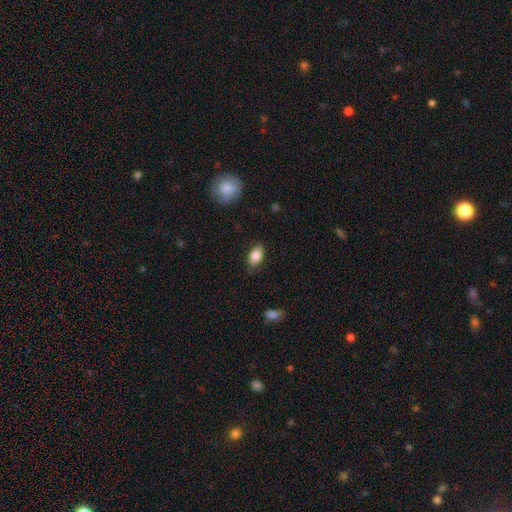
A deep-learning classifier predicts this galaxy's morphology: This appears to be a smooth galaxy with no disk features (81%) that is in between round and cigar-shaped (91%). Merging: none (83%).